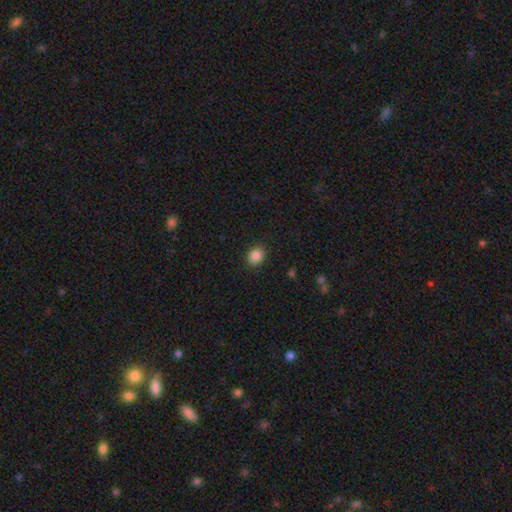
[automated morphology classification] A smooth galaxy with no disk features (87%) that is round (53%).

Vote fractions:
- Smooth or featured? smooth: 87% / star or artifact: 9% / featured or disk: 4%
- How rounded? round: 53% / in between: 46% / cigar-shaped: 1%
- Merging? none: 89% / minor disturbance: 8% / major disturbance: 2% / merger: 1%